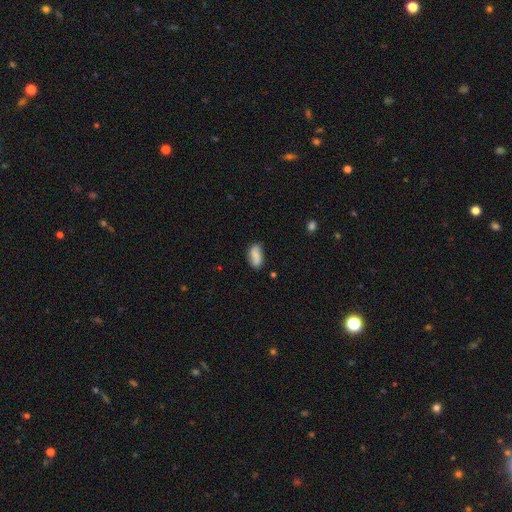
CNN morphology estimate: Q: Smooth or featured?
A: smooth (75%); runner-up: featured or disk (17%)
Q: How rounded?
A: in between (88%); runner-up: cigar-shaped (8%)
Q: Merging?
A: none (74%); runner-up: minor disturbance (19%)